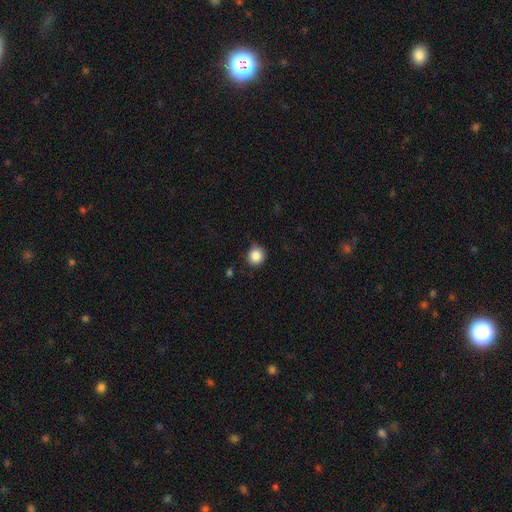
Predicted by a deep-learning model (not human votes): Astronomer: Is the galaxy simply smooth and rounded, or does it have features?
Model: smooth — 86%.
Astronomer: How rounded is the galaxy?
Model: round — 90%.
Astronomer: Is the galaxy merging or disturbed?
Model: none — 80%.